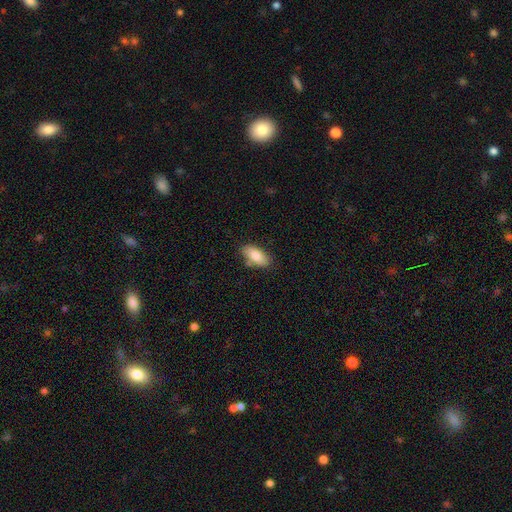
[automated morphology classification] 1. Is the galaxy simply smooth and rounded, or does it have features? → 82% smooth, 12% featured or disk, 7% star or artifact.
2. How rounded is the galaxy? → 89% in between, 8% cigar-shaped, 3% round.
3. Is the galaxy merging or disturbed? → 75% none, 16% minor disturbance, 6% merger, 3% major disturbance.